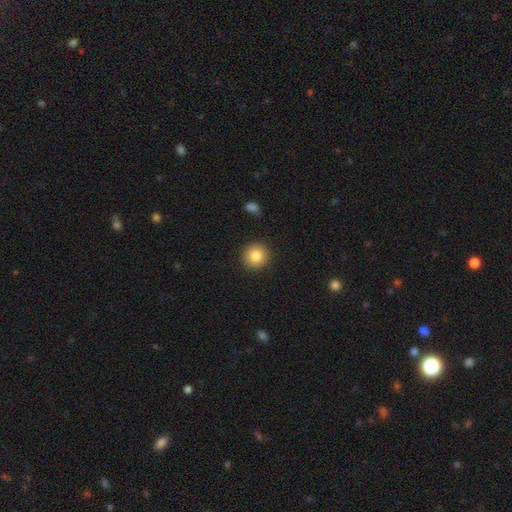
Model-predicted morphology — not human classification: Overall: smooth (84%). How rounded: round (95%). Merging: none (90%).